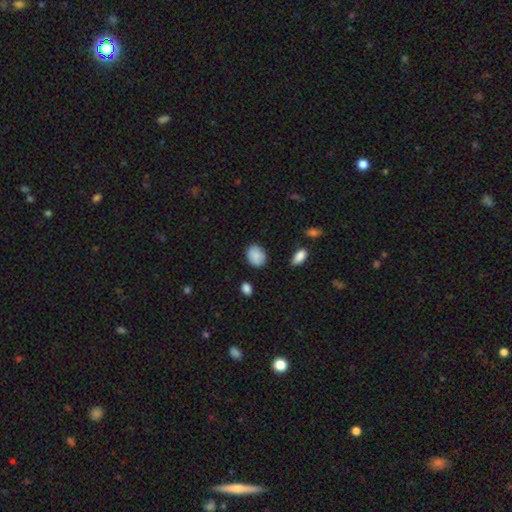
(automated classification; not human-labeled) smooth 88%, star or artifact 7%, featured or disk 5%. Down the decision tree: how rounded — in between (53%); merging — none (82%).